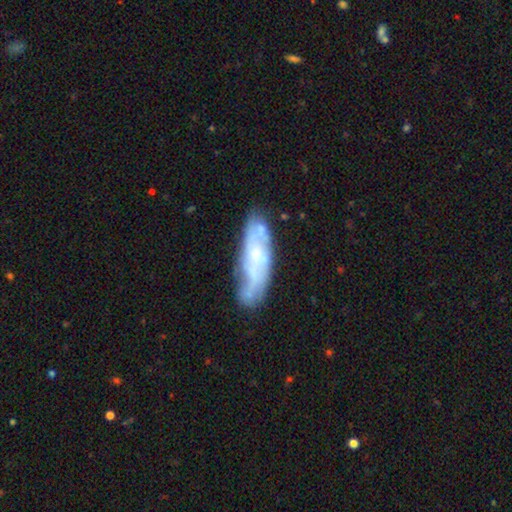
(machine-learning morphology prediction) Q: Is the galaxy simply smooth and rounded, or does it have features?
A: featured or disk — 63%.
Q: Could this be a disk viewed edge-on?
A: no — 80%.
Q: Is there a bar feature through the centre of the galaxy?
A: no — 69%.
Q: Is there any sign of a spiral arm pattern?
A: yes — 74%.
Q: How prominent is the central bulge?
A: small — 61%.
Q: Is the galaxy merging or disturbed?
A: none — 64%.